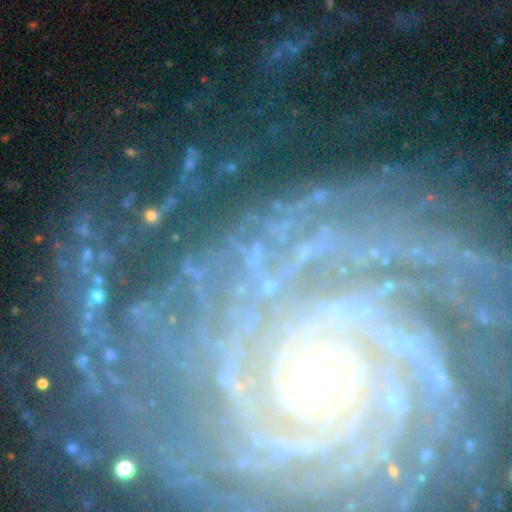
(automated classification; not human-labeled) smooth-or-featured: star or artifact: 46% | featured or disk: 40% | smooth: 14%